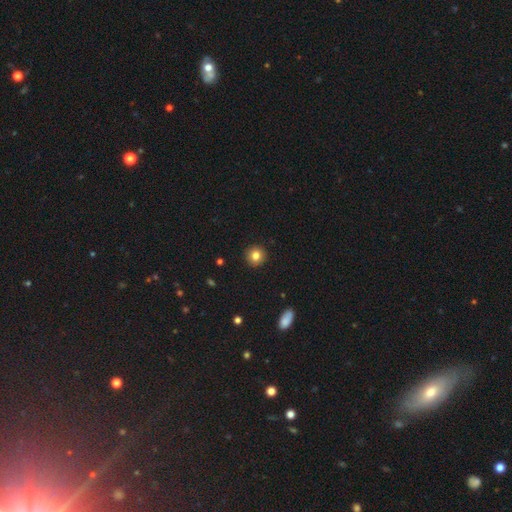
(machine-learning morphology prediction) A smooth galaxy with no disk features (83%) that is round (94%).

Vote fractions:
- Smooth or featured? smooth: 83% / star or artifact: 10% / featured or disk: 7%
- How rounded? round: 94% / in between: 5% / cigar-shaped: 1%
- Merging? none: 93% / minor disturbance: 5% / major disturbance: 2% / merger: 1%